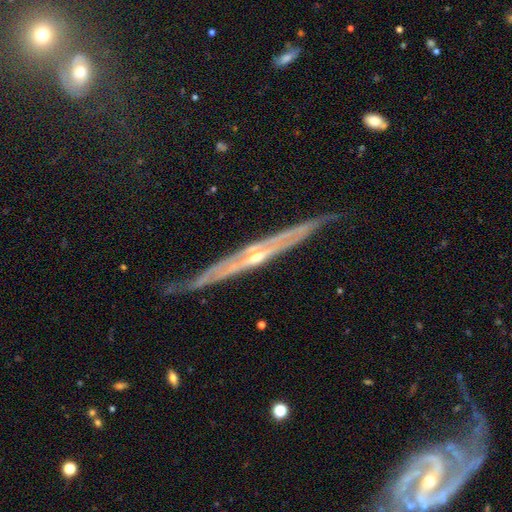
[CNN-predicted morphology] Smooth or featured? featured or disk (82%)
Edge-on disk? yes (89%)
Edge-on bulge? rounded (65%)
Merging? none (76%)